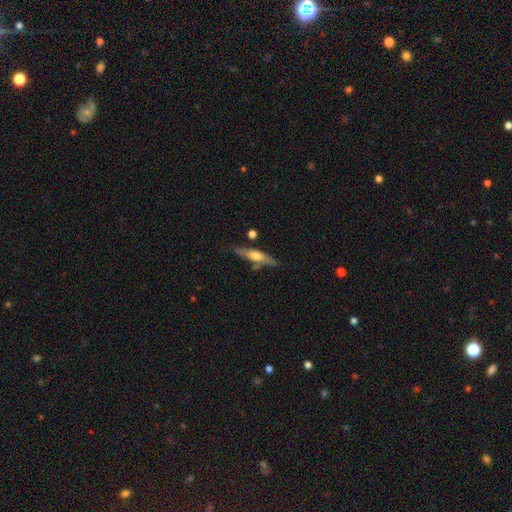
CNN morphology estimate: featured or disk 52%, smooth 43%, star or artifact 6%. Down the decision tree: edge-on disk — yes (87%); merging — none (75%).